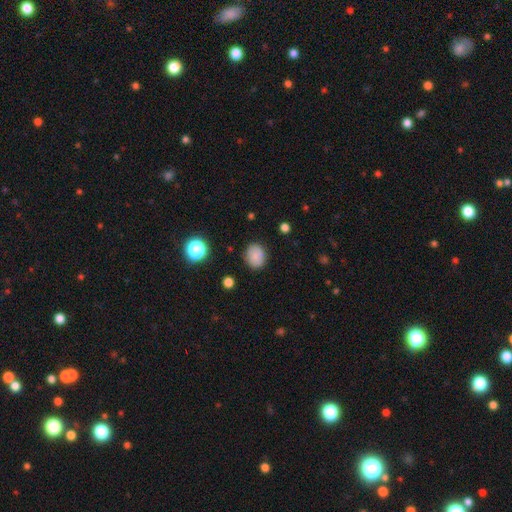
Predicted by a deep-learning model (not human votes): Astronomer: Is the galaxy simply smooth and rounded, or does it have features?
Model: smooth — 82%.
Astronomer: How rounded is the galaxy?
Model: round — 65%.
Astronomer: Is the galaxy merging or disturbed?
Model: none — 83%.